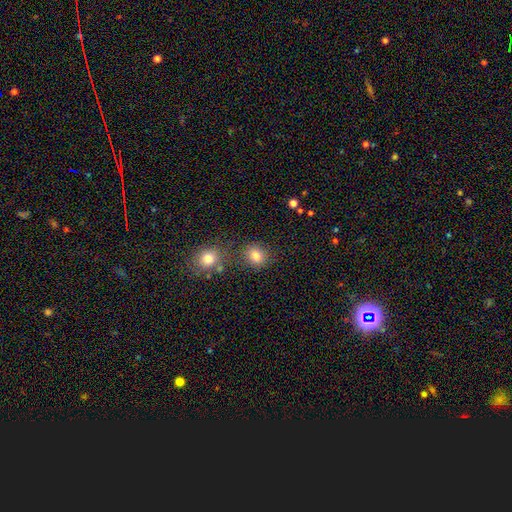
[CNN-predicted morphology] A smooth galaxy with no disk features (82%) that is round (65%).

Vote fractions:
- Smooth or featured? smooth: 82% / star or artifact: 12% / featured or disk: 6%
- How rounded? round: 65% / in between: 33% / cigar-shaped: 1%
- Merging? none: 72% / minor disturbance: 12% / merger: 11% / major disturbance: 5%